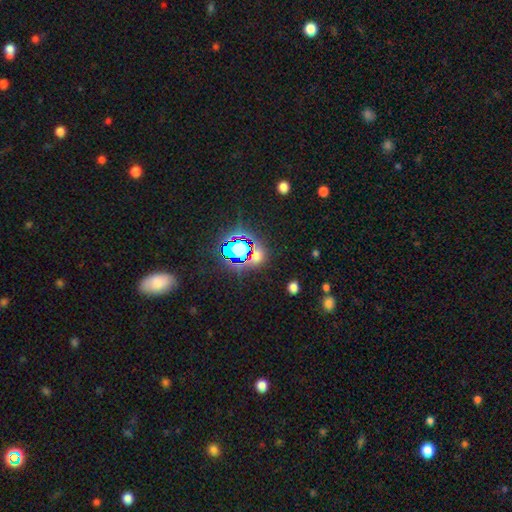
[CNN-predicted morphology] A star or artifact, not a galaxy (64%).